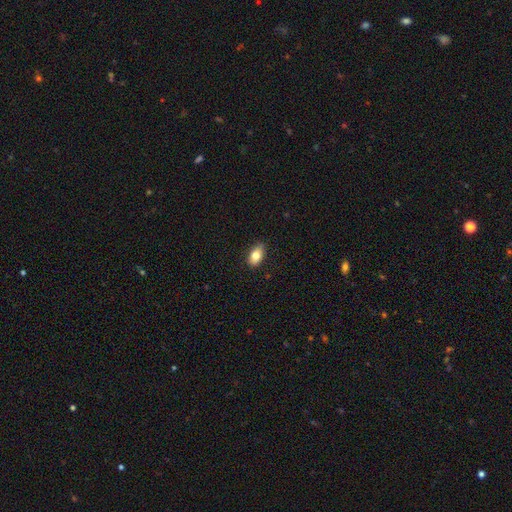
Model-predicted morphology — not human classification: The model was most divided on "smooth or featured": smooth: 79%, featured or disk: 14%, star or artifact: 8%. More confident: how rounded — in between (89%); merging — none (85%).